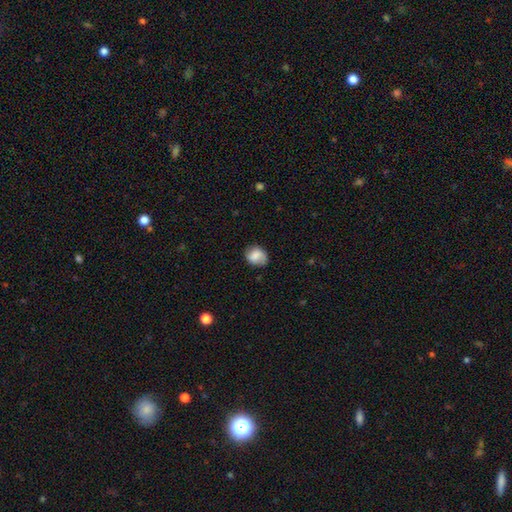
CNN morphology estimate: This appears to be a smooth galaxy with no disk features (75%) that is round (57%). Merging: none (69%).